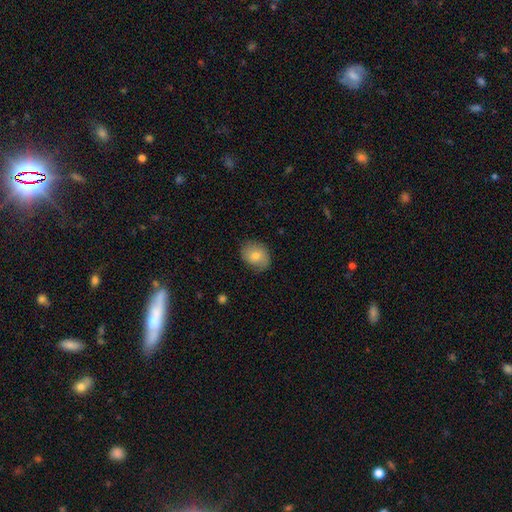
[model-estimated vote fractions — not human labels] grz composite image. It shows a smooth galaxy with no disk features (75%) that is in between round and cigar-shaped (50%). Merging: none (75%).